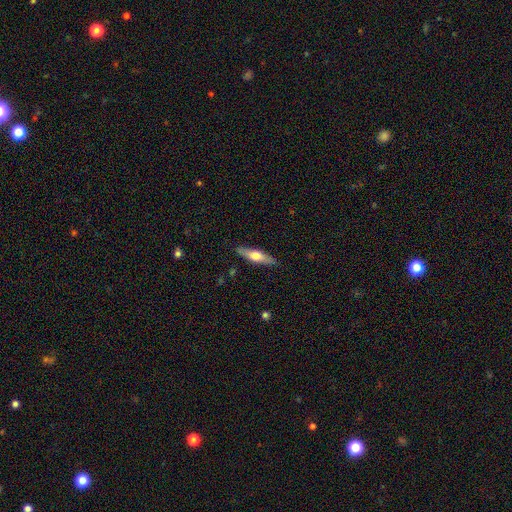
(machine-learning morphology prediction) Q: Smooth or featured?
A: smooth (50%); runner-up: featured or disk (44%)
Q: How rounded?
A: cigar-shaped (68%); runner-up: in between (30%)
Q: Merging?
A: none (87%); runner-up: minor disturbance (10%)